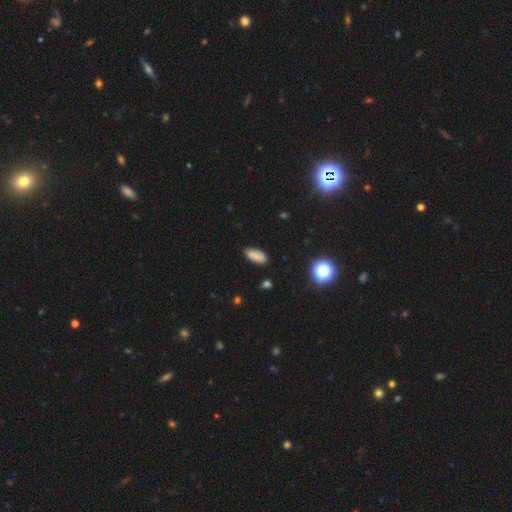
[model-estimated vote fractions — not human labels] Morphology: type=smooth (85%); roundness=in between (84%); merging=none (86%).